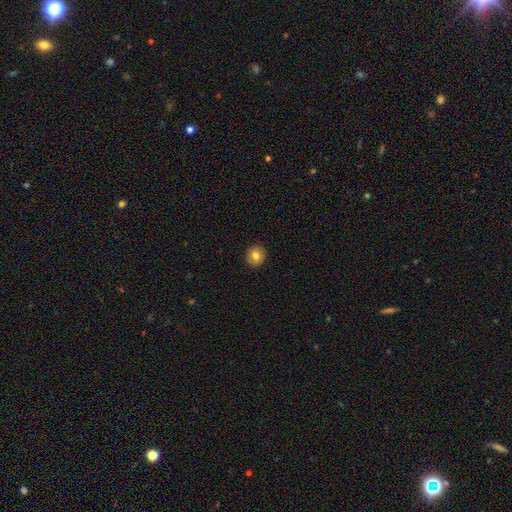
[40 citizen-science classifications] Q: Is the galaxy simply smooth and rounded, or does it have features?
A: smooth — 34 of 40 (85%).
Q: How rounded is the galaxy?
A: round — 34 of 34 (100%).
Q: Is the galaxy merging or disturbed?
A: none — 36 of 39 (92%).